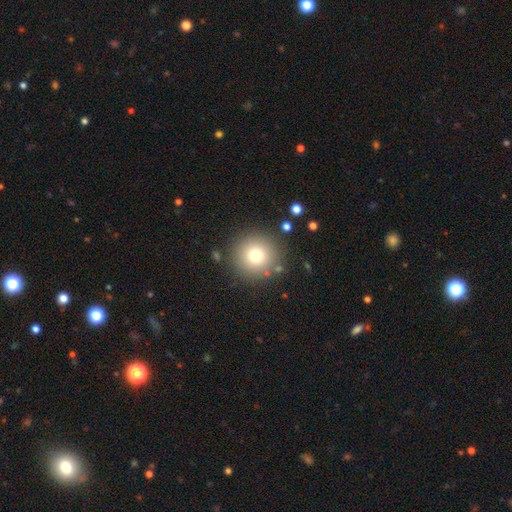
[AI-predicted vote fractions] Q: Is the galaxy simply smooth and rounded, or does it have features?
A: smooth — 75%.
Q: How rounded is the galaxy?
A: round — 96%.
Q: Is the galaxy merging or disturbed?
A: none — 87%.